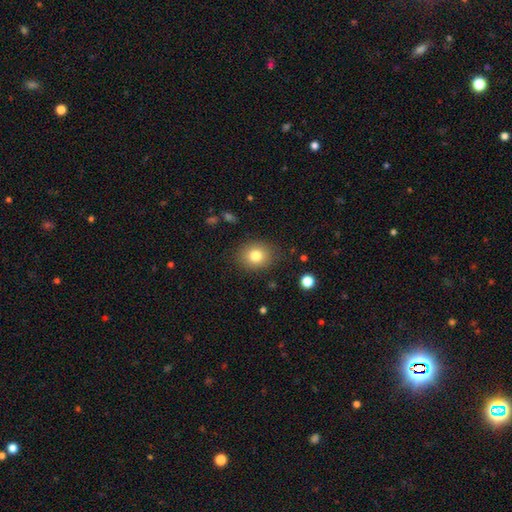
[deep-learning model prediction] smooth 80%, star or artifact 10%, featured or disk 9%. Down the decision tree: how rounded — round (62%); merging — none (84%).